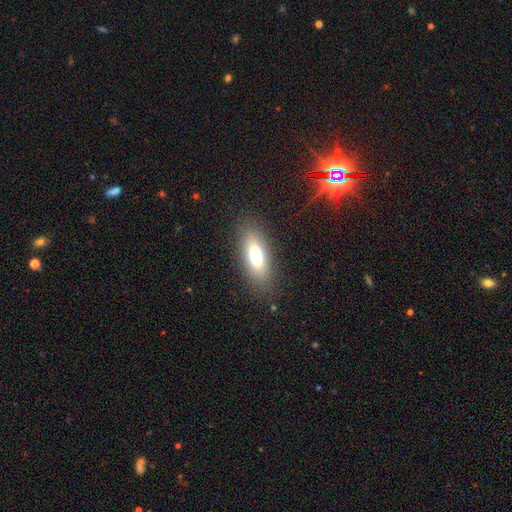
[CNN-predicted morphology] type=smooth (72%); roundness=in between (70%); merging=none (85%).